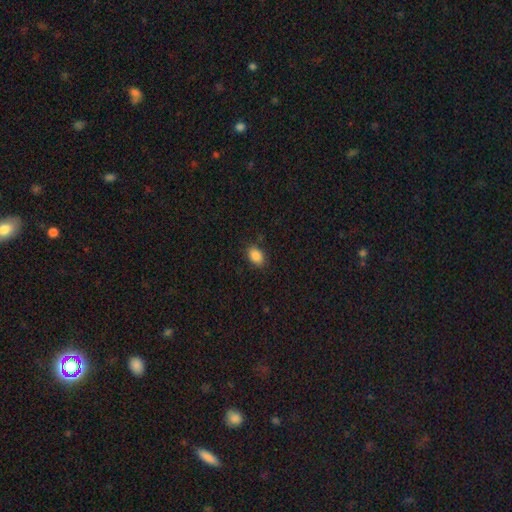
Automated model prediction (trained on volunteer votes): Smooth or featured: smooth — 87% (star or artifact — 9%)
How rounded: in between — 83% (round — 15%)
Merging: none — 84% (minor disturbance — 12%)